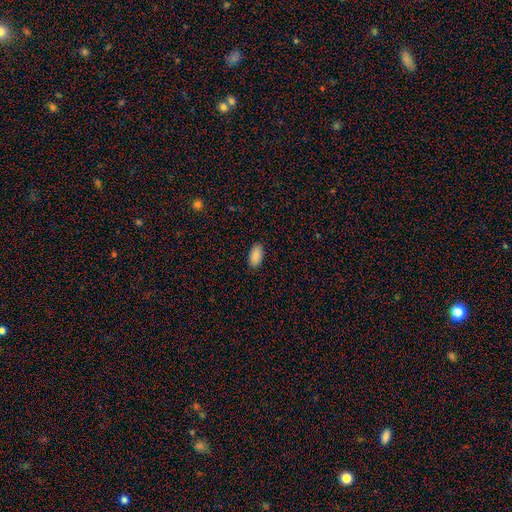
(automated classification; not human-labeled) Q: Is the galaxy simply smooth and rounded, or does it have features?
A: smooth — 90%.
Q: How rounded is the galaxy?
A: in between — 94%.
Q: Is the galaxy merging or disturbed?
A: none — 89%.